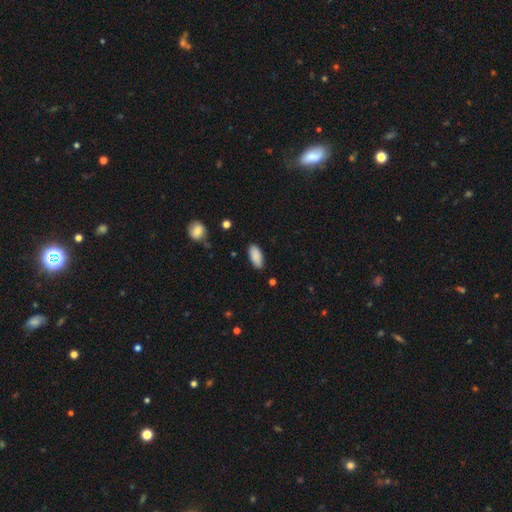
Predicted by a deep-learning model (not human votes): Smooth or featured? Predicted: smooth (p=0.89). How rounded? Predicted: in between (p=0.89). Merging? Predicted: none (p=0.84).